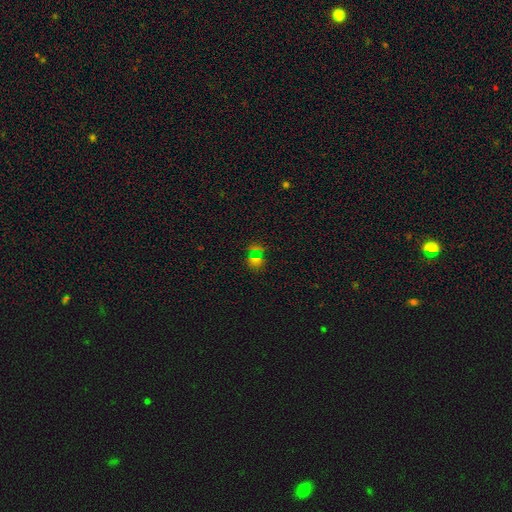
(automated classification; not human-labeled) Smooth or featured?
  - smooth: 49% *
  - star or artifact: 42%
  - featured or disk: 9%
Merging?
  - none: 70% *
  - minor disturbance: 12%
  - merger: 12%
  - major disturbance: 6%